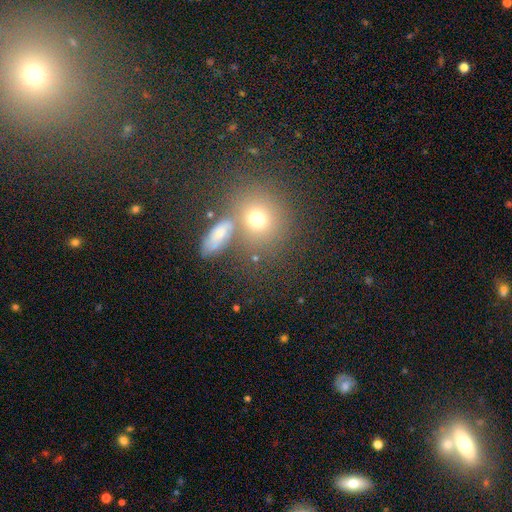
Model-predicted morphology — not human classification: A smooth galaxy with no disk features (64%) that is round (69%).

Vote fractions:
- Smooth or featured? smooth: 64% / star or artifact: 19% / featured or disk: 16%
- How rounded? round: 69% / in between: 28% / cigar-shaped: 3%
- Merging? none: 52% / merger: 32% / minor disturbance: 10% / major disturbance: 6%